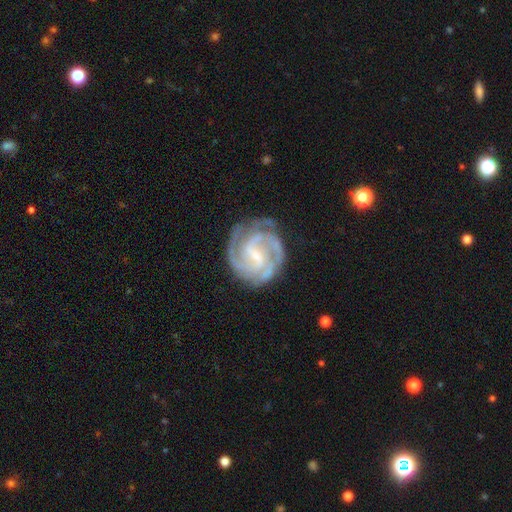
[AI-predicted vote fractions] featured or disk 91%, star or artifact 5%, smooth 4%. Down the decision tree: edge-on disk — no (98%); bar — weak (51%); spiral arms — yes (98%); spiral arm count — 3 (41%); spiral winding — tight (58%); bulge size — small (67%); merging — none (76%).